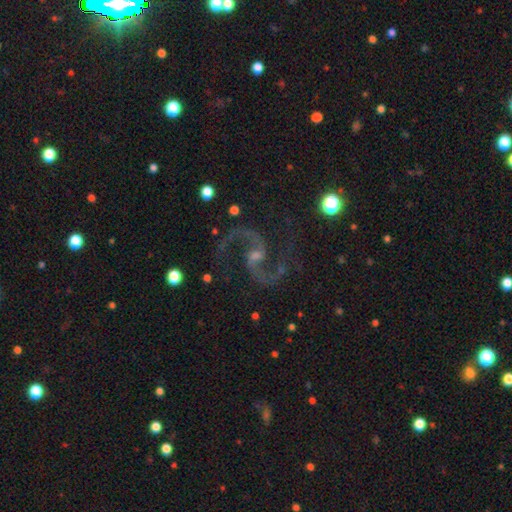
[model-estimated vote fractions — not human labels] A featured or disk galaxy (92%) with a weak bar (52%), 2 (95%) loose (52%) spiral arms (98%) and a small central bulge (50%).

Vote fractions:
- Smooth or featured? featured or disk: 92% / star or artifact: 5% / smooth: 3%
- Edge-on disk? no: 98% / yes: 2%
- Bar? weak: 52% / no: 33% / strong: 15%
- Spiral arms? yes: 98% / no: 2%
- Spiral winding? loose: 52% / medium: 42% / tight: 5%
- Spiral arm count? 2: 95% / 1: 1% / can't tell: 1% / 3: 1% / 4: 1% / more than 4: 1%
- Bulge size? small: 50% / moderate: 30% / none: 15% / large: 3% / dominant: 1%
- Merging? none: 79% / minor disturbance: 12% / major disturbance: 7% / merger: 2%